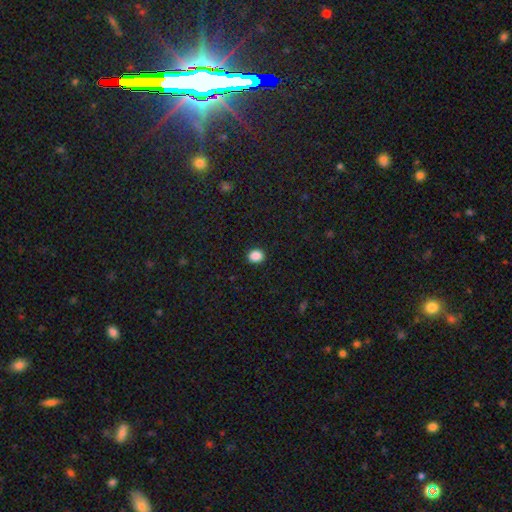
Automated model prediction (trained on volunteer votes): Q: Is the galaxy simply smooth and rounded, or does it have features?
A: smooth — 87%.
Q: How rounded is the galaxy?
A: round — 60%.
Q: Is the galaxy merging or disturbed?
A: none — 90%.